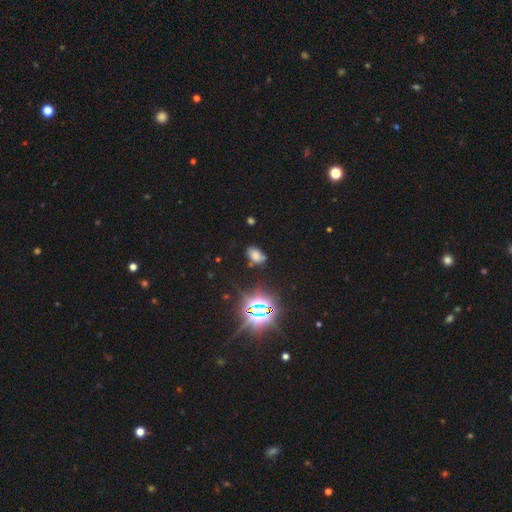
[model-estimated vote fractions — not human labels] Overall: smooth (61%; star or artifact 29%). How rounded: in between (90%). Merging: none (71%).